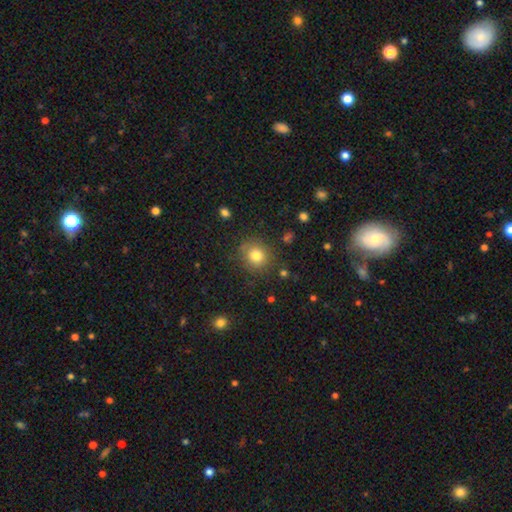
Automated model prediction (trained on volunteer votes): Smooth or featured? smooth (79%)
How rounded? round (86%)
Merging? none (83%)